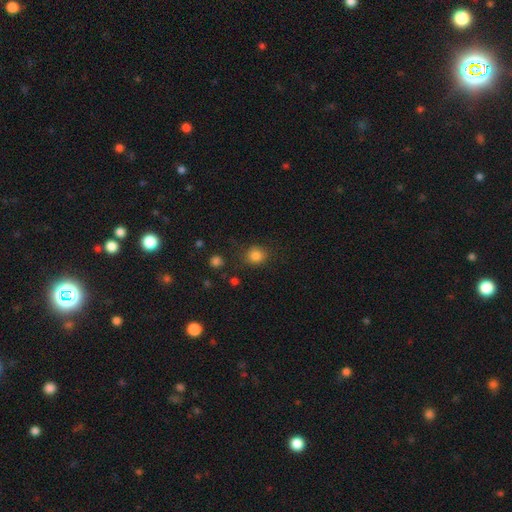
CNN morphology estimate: The model was most divided on "how rounded": round: 80%, in between: 20%, cigar-shaped: 1%. More confident: smooth or featured — smooth (83%); merging — none (82%).